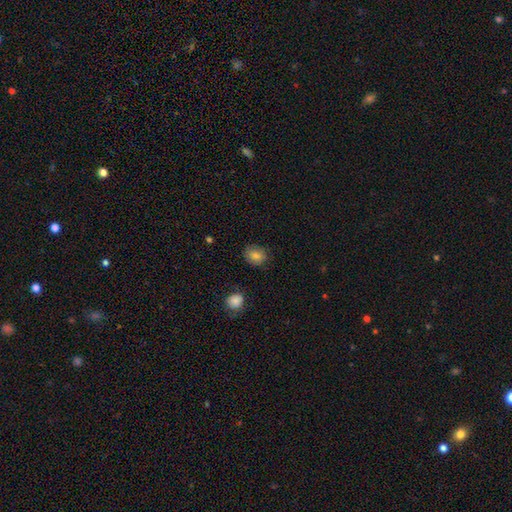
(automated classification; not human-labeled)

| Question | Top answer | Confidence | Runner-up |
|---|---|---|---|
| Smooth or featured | smooth | 78% | star or artifact (12%) |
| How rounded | round | 56% | in between (43%) |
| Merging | none | 82% | minor disturbance (13%) |